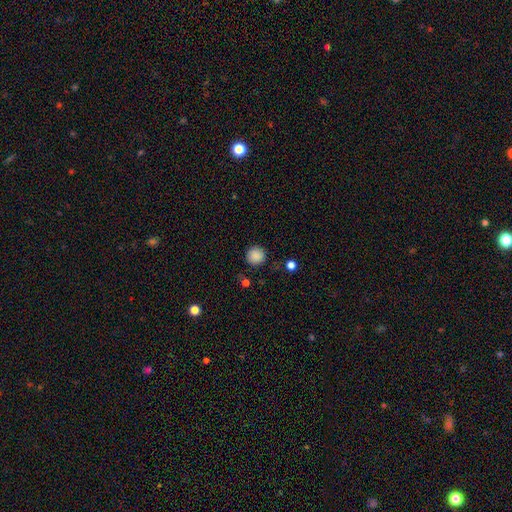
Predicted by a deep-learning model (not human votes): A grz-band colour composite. It shows a smooth galaxy with no disk features (87%) that is round (94%). Merging: none (87%).